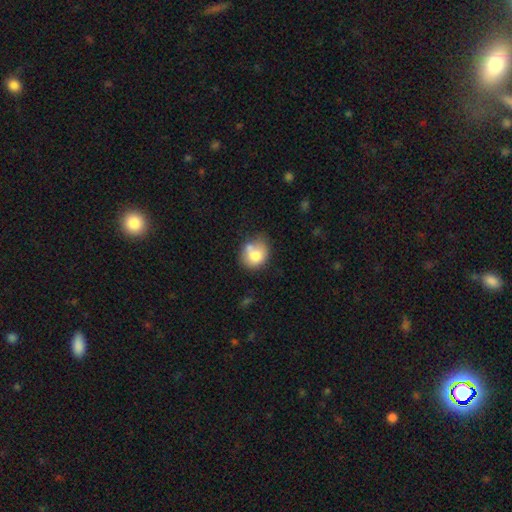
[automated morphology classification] A smooth galaxy with no disk features (73%) that is round (66%). Merging: none (39%).